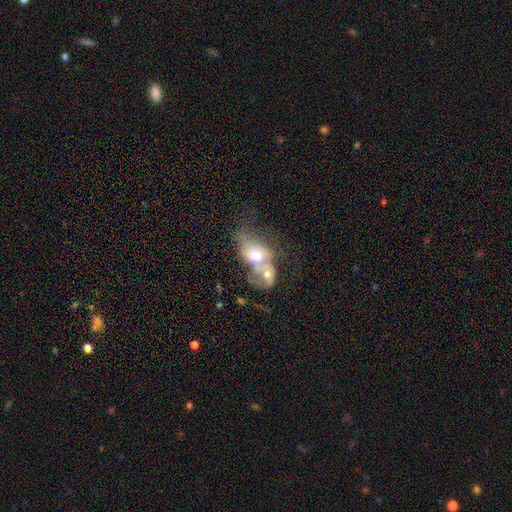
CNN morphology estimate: Q: Smooth or featured?
A: smooth (54%); runner-up: featured or disk (37%)
Q: How rounded?
A: in between (70%); runner-up: round (27%)
Q: Merging?
A: merger (74%); runner-up: major disturbance (10%)